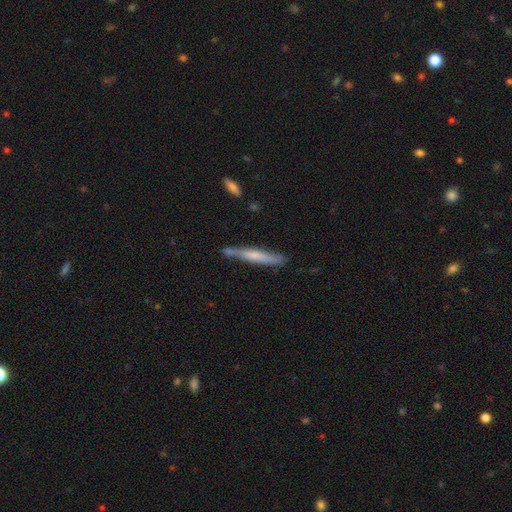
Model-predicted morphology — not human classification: Q: Smooth or featured?
A: smooth (52%); runner-up: featured or disk (42%)
Q: How rounded?
A: cigar-shaped (95%); runner-up: in between (4%)
Q: Merging?
A: none (72%); runner-up: minor disturbance (18%)